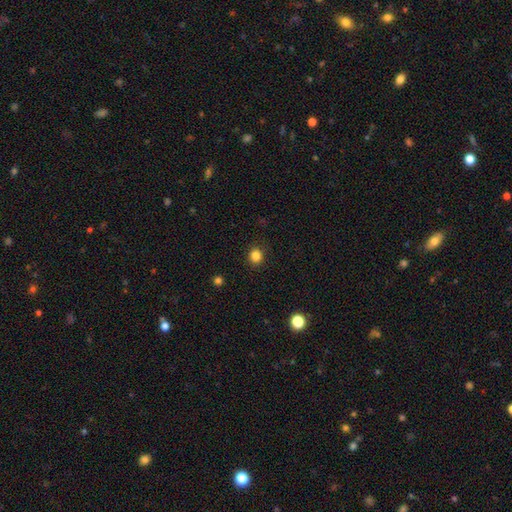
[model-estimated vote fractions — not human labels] Smooth or featured? smooth (84%)
How rounded? round (82%)
Merging? none (90%)